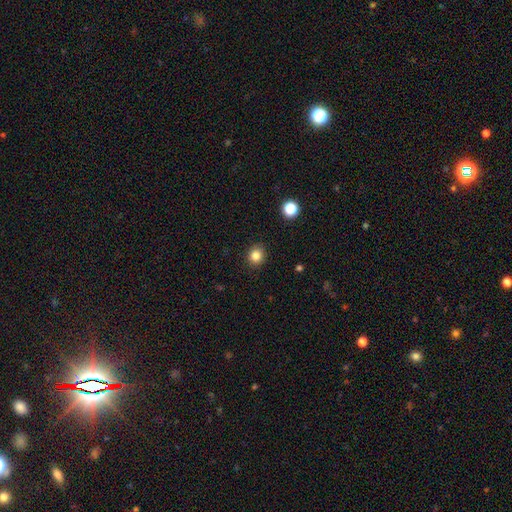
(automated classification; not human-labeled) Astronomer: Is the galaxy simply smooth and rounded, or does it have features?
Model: smooth — 83%.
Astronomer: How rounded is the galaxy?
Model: round — 78%.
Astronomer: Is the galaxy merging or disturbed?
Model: none — 89%.